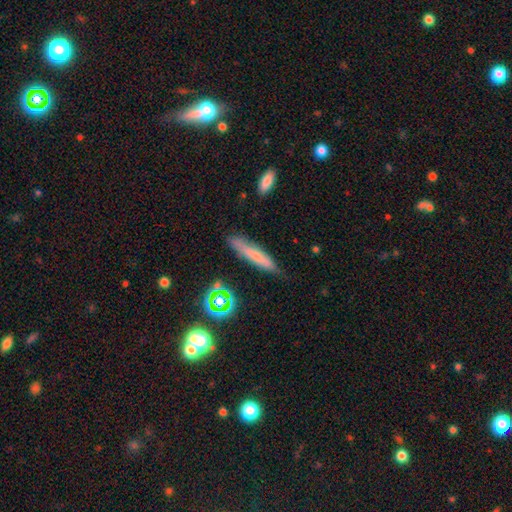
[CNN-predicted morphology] smooth_or_featured: smooth (p=0.64) [alt: featured or disk p=0.25]
how_rounded: cigar-shaped (p=0.88) [alt: in between p=0.09]
merging: none (p=0.76) [alt: minor disturbance p=0.18]